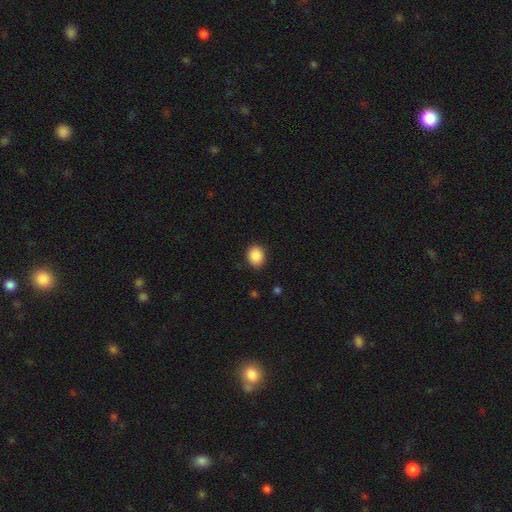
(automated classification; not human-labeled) Q: Smooth or featured?
A: smooth (89%); runner-up: star or artifact (8%)
Q: How rounded?
A: round (53%); runner-up: in between (46%)
Q: Merging?
A: none (89%); runner-up: minor disturbance (8%)